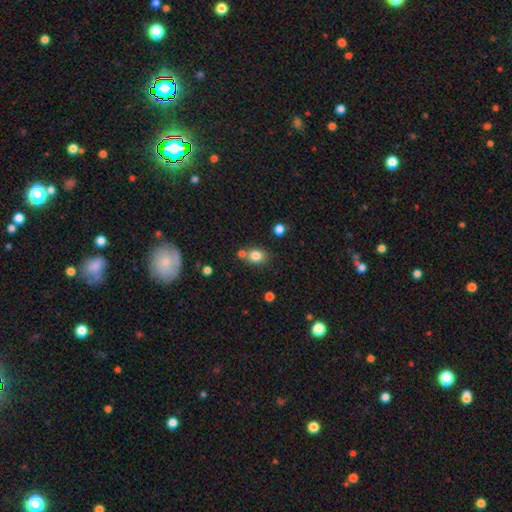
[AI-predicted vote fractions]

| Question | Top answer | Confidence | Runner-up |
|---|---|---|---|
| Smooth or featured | smooth | 82% | star or artifact (11%) |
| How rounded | round | 52% | in between (47%) |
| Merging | none | 64% | merger (20%) |